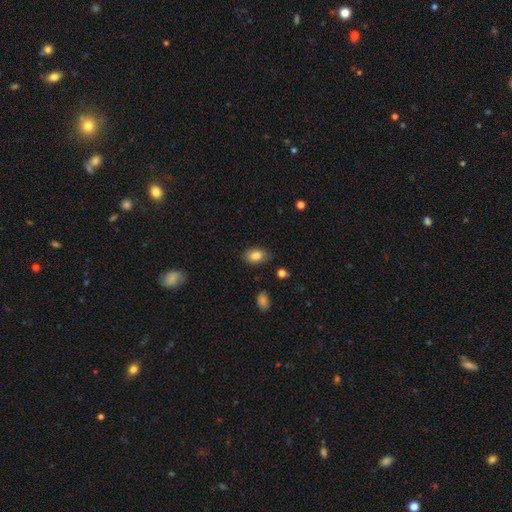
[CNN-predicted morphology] This is clearly a smooth galaxy (84%). How rounded: clearly in between (88%). Merging: clearly none (82%).